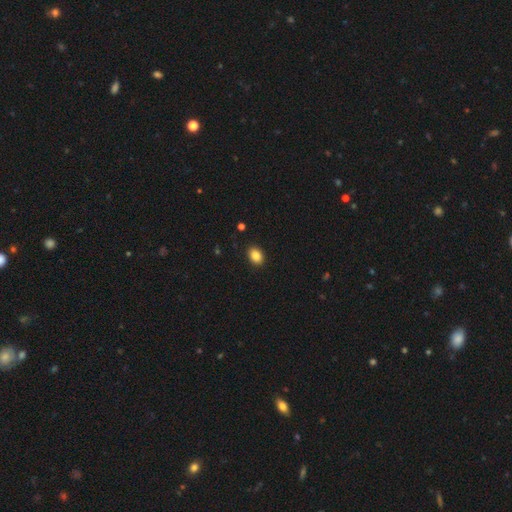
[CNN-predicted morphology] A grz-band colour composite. It shows a smooth galaxy with no disk features (86%) that is in between round and cigar-shaped (71%). Merging: none (90%).